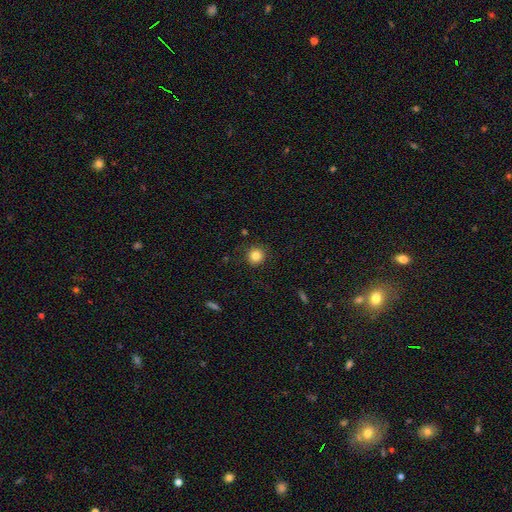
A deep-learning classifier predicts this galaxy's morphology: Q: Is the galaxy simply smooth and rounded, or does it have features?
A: smooth — 84%.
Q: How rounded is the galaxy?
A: round — 92%.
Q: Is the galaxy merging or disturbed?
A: none — 89%.